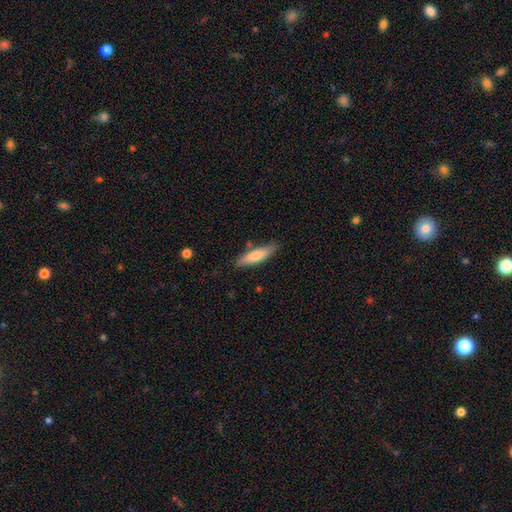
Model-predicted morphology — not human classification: A smooth galaxy with no disk features (73%) that is cigar-shaped (70%).

Vote fractions:
- Smooth or featured? smooth: 73% / featured or disk: 21% / star or artifact: 6%
- How rounded? cigar-shaped: 70% / in between: 28% / round: 2%
- Merging? none: 81% / minor disturbance: 13% / merger: 3% / major disturbance: 2%